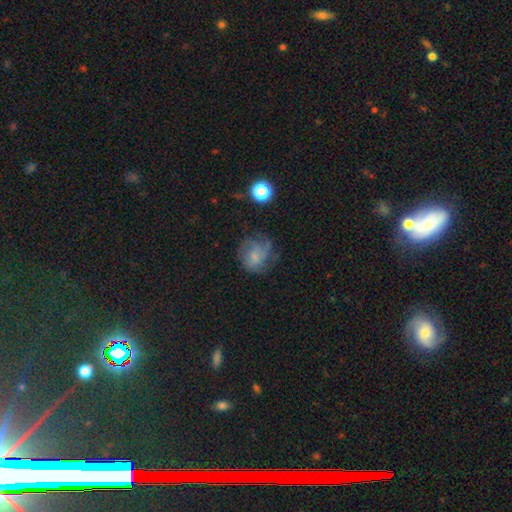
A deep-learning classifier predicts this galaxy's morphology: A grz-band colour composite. It shows a featured or disk galaxy (44%). Merging: none (50%).